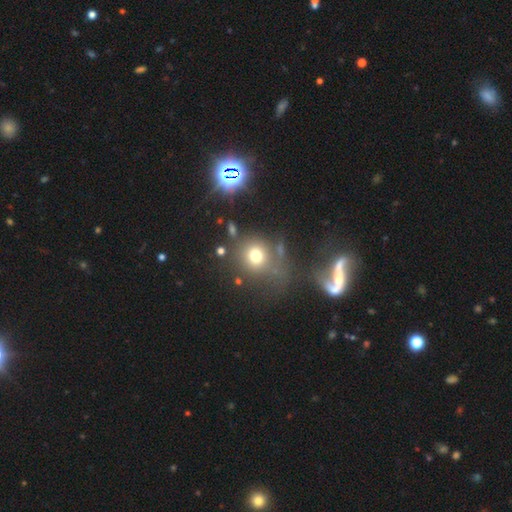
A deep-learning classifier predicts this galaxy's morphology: Smooth or featured? Predicted: smooth (p=0.69). How rounded? Predicted: round (p=0.83). Merging? Predicted: none (p=0.58).